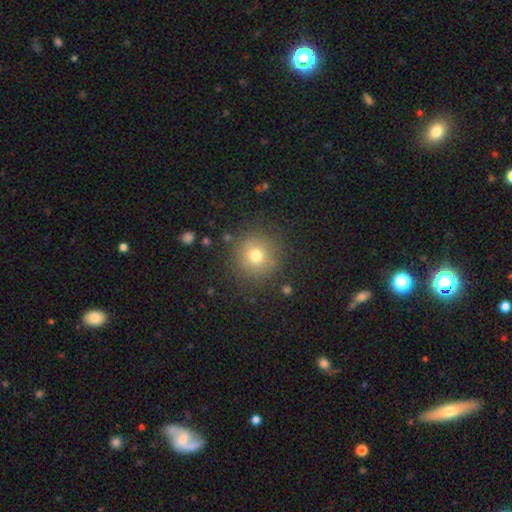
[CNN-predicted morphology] smooth-or-featured: smooth: 73% | star or artifact: 15% | featured or disk: 13%
  how-rounded: round: 93% | in between: 6% | cigar-shaped: 1%
  merging: none: 85% | minor disturbance: 9% | major disturbance: 4% | merger: 2%